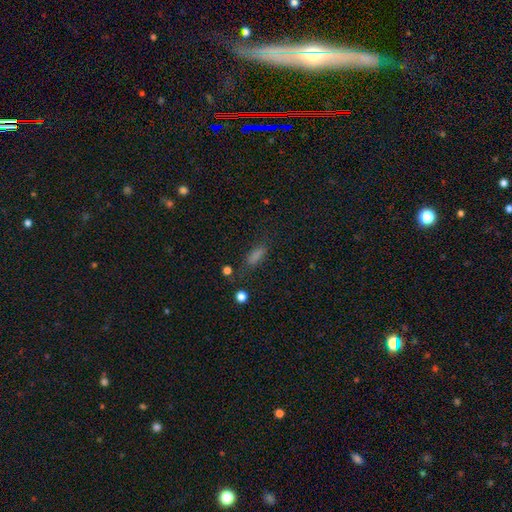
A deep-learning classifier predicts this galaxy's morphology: Smooth or featured?
  - smooth: 66% *
  - star or artifact: 23%
  - featured or disk: 11%
How rounded?
  - in between: 49% *
  - cigar-shaped: 45%
  - round: 5%
Merging?
  - none: 70% *
  - minor disturbance: 17%
  - major disturbance: 9%
  - merger: 4%